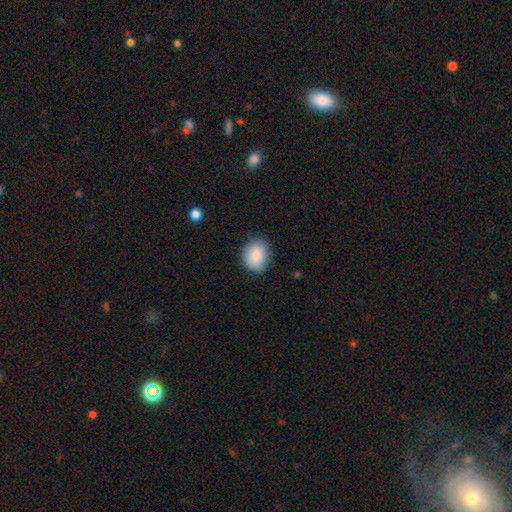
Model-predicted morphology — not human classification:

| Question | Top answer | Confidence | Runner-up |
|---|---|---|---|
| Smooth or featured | smooth | 88% | star or artifact (7%) |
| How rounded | round | 50% | in between (49%) |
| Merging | none | 83% | minor disturbance (13%) |